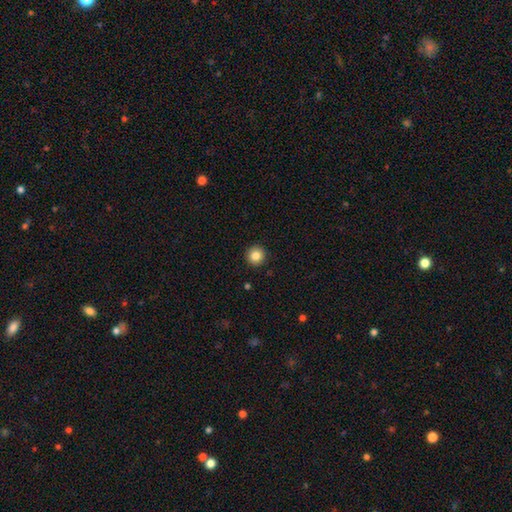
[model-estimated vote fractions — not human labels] smooth_or_featured: smooth (p=0.85) [alt: star or artifact p=0.10]
how_rounded: round (p=0.95) [alt: in between p=0.04]
merging: none (p=0.93) [alt: minor disturbance p=0.05]